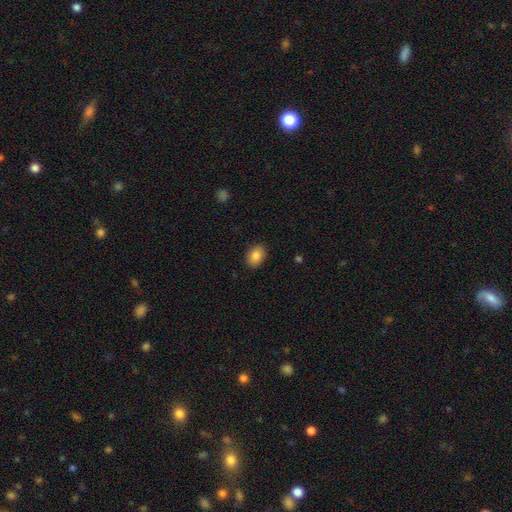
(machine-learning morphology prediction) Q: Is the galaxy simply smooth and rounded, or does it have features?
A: smooth — 86%.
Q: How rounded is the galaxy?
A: in between — 80%.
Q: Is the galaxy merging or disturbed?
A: none — 88%.